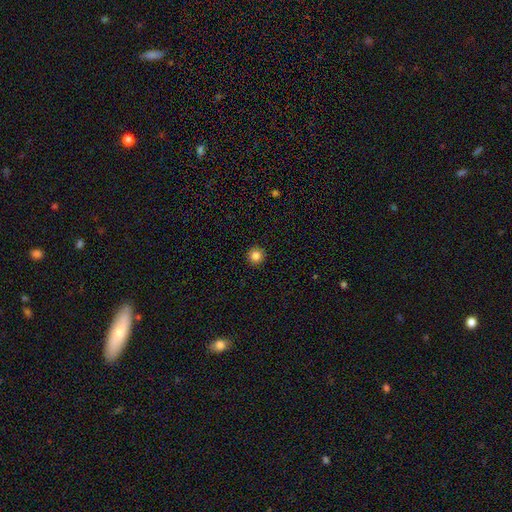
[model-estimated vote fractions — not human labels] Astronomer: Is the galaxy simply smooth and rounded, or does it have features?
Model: smooth — 85%.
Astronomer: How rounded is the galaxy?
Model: round — 96%.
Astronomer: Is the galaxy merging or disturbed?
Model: none — 93%.